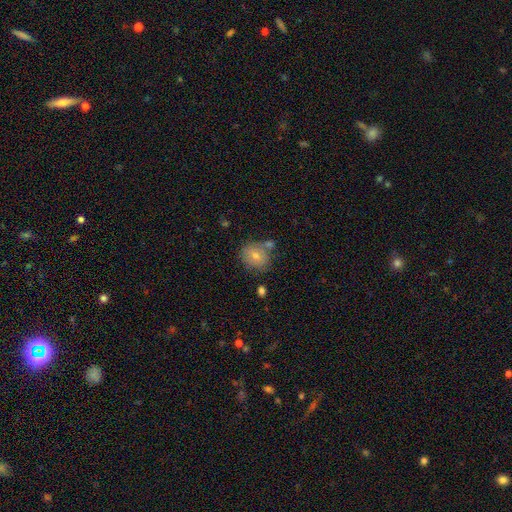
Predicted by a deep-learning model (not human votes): Morphology: type=smooth (66%); roundness=round (77%); merging=none (70%).